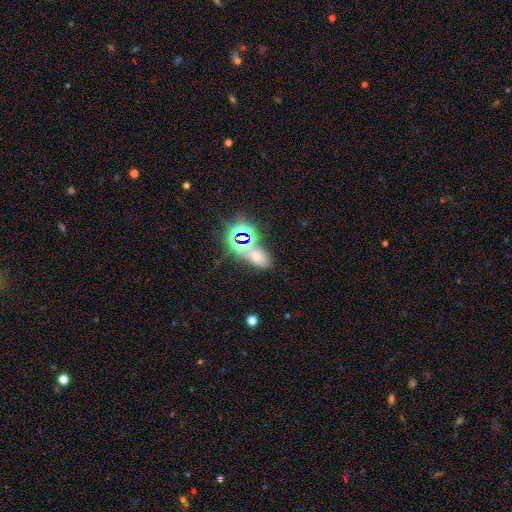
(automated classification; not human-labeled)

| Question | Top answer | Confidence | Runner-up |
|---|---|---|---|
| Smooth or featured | smooth | 46% | star or artifact (41%) |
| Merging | none | 58% | merger (20%) |